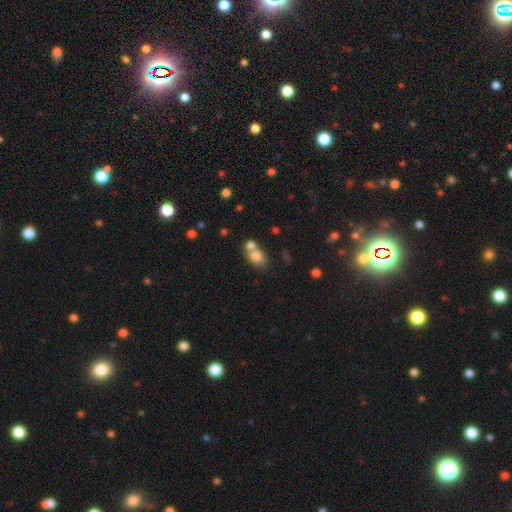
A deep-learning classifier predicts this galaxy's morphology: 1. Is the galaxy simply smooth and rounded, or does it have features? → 77% smooth, 13% featured or disk, 10% star or artifact.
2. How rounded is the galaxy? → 67% in between, 31% round, 2% cigar-shaped.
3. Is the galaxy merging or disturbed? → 45% merger, 40% none, 10% minor disturbance, 4% major disturbance.